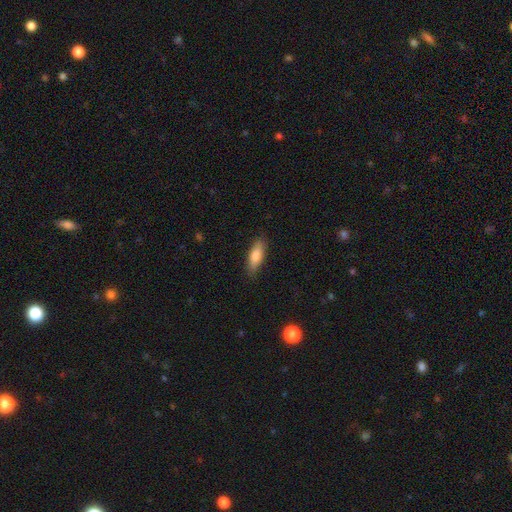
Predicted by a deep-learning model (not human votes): Smooth or featured: smooth — 79% (featured or disk — 14%)
How rounded: in between — 57% (cigar-shaped — 41%)
Merging: none — 85% (minor disturbance — 12%)